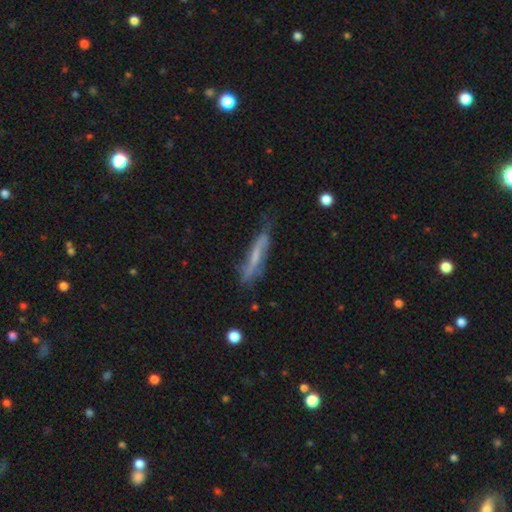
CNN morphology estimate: smooth-or-featured: featured or disk: 52% | smooth: 40% | star or artifact: 8%
  disk-edge-on: yes: 62% | no: 38%
  merging: none: 57% | minor disturbance: 30% | major disturbance: 10% | merger: 3%